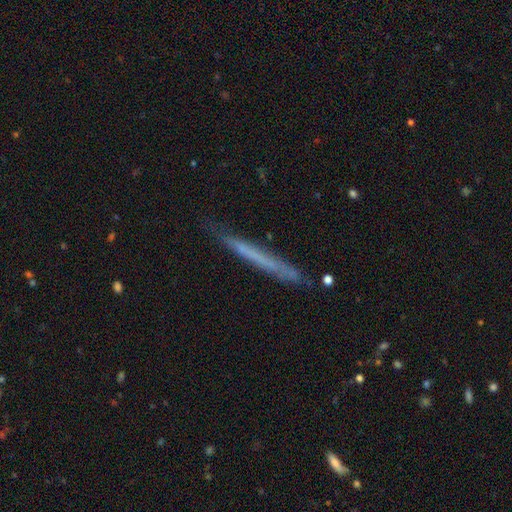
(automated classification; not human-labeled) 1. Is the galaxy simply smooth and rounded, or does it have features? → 51% smooth, 42% featured or disk, 7% star or artifact.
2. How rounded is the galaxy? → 97% cigar-shaped, 2% in between, 1% round.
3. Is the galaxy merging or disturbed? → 81% none, 15% minor disturbance, 3% major disturbance, 2% merger.